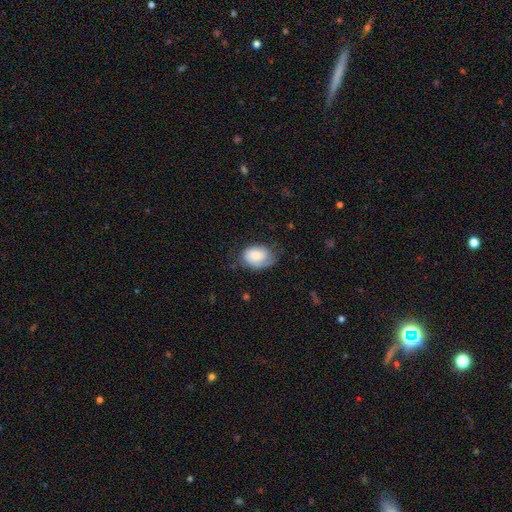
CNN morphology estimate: This appears to be a smooth galaxy with no disk features (63%) that is in between round and cigar-shaped (81%). Merging: none (53%).